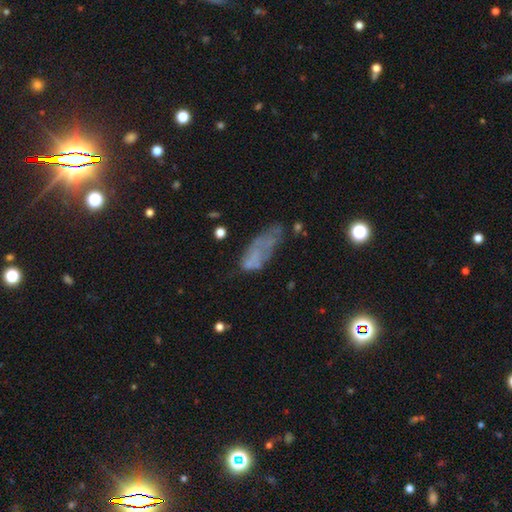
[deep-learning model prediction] Overall: smooth (45%; featured or disk 36%). Merging: none (35%; major disturbance 29%).